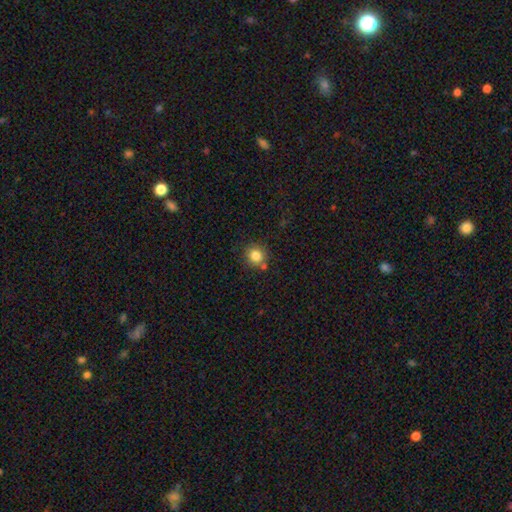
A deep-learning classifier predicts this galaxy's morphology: smooth 83%, star or artifact 11%, featured or disk 6%. Down the decision tree: how rounded — round (88%); merging — none (77%).